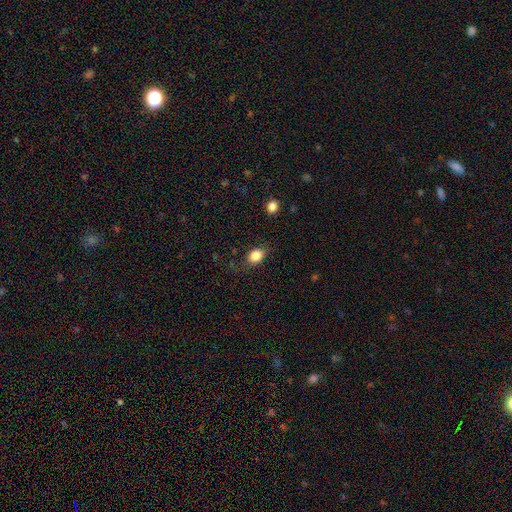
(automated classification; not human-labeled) The model was most divided on "how rounded": in between: 64%, round: 34%, cigar-shaped: 1%. More confident: smooth or featured — smooth (84%); merging — none (76%).